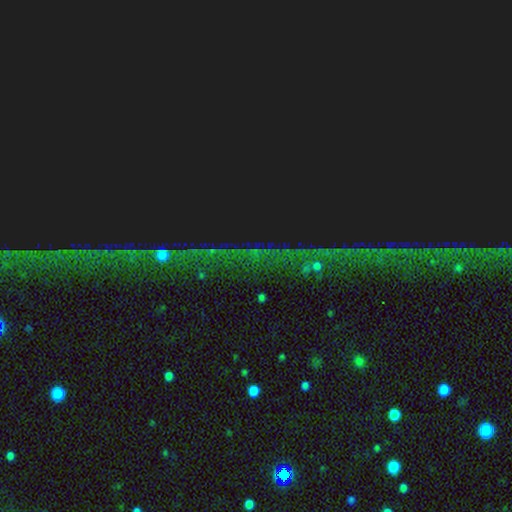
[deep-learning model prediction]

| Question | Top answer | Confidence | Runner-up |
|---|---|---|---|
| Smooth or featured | star or artifact | 87% | featured or disk (7%) |